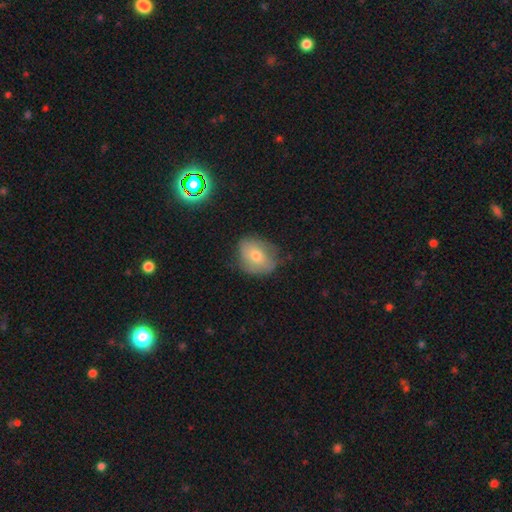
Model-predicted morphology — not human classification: The model was most divided on "how rounded": in between: 50%, round: 49%, cigar-shaped: 1%. More confident: merging — none (67%); smooth or featured — smooth (66%).